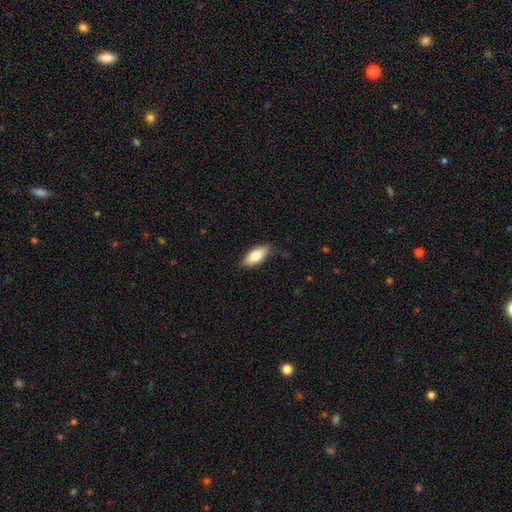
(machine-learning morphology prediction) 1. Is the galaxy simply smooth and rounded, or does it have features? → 78% smooth, 16% featured or disk, 6% star or artifact.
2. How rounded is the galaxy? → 85% in between, 13% cigar-shaped, 2% round.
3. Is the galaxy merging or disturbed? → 82% none, 15% minor disturbance, 3% major disturbance, 1% merger.